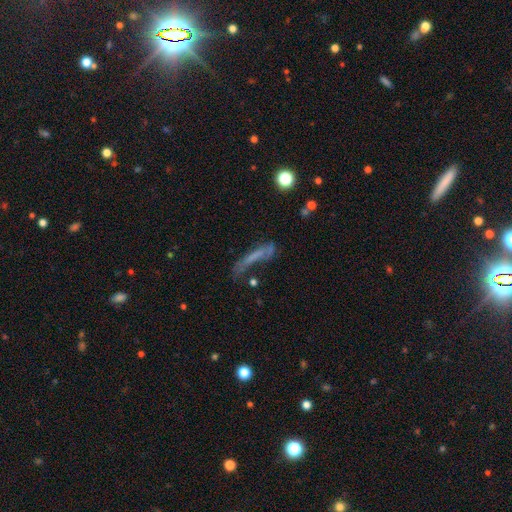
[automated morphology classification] Overall: smooth (46%; featured or disk 37%). Merging: none (34%; major disturbance 33%).